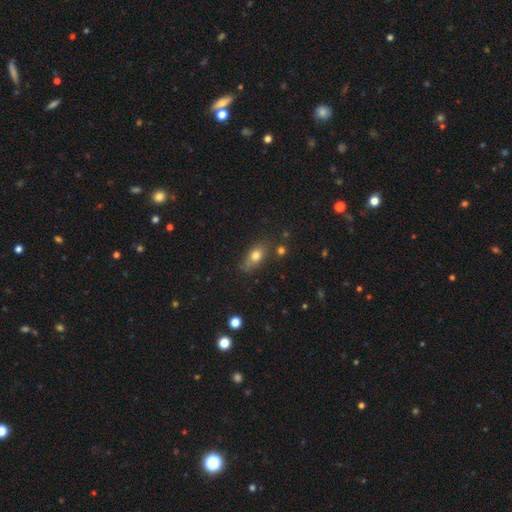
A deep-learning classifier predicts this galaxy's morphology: A smooth galaxy with no disk features (74%) that is in between round and cigar-shaped (74%). Merging: none (67%).